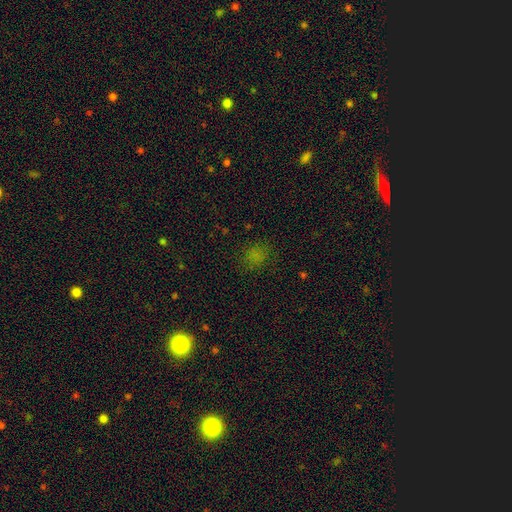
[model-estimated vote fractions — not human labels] Smooth or featured?
  - smooth: 70% *
  - star or artifact: 24%
  - featured or disk: 6%
How rounded?
  - round: 59% *
  - in between: 39%
  - cigar-shaped: 2%
Merging?
  - none: 77% *
  - minor disturbance: 15%
  - major disturbance: 6%
  - merger: 2%